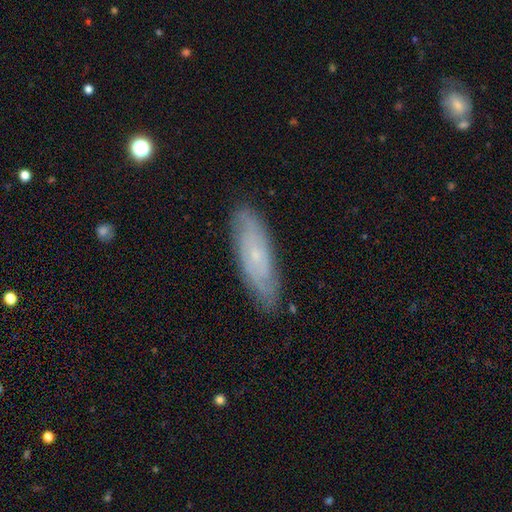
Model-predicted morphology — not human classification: featured or disk 63%, smooth 29%, star or artifact 7%. Down the decision tree: edge-on disk — no (80%); bar — no (74%); spiral arms — yes (85%); bulge size — small (82%); merging — none (82%).